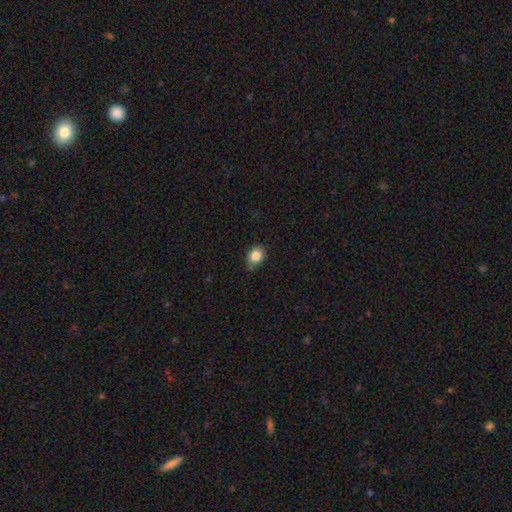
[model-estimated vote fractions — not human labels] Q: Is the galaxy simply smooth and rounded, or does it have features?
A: smooth — 85%.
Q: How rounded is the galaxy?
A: round — 52%.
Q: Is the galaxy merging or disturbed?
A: none — 70%.